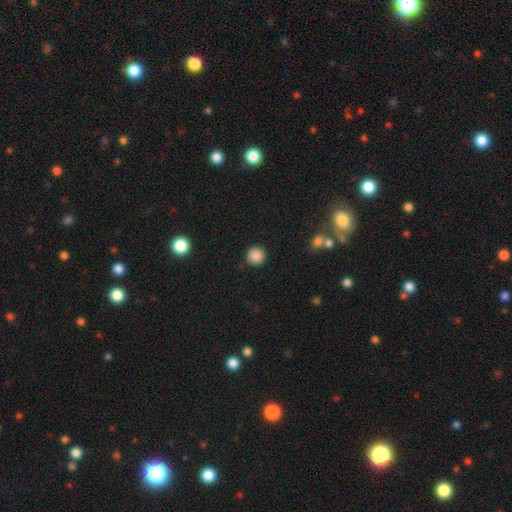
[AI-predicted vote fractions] A smooth galaxy with no disk features (87%) that is round (94%). Merging: none (91%).